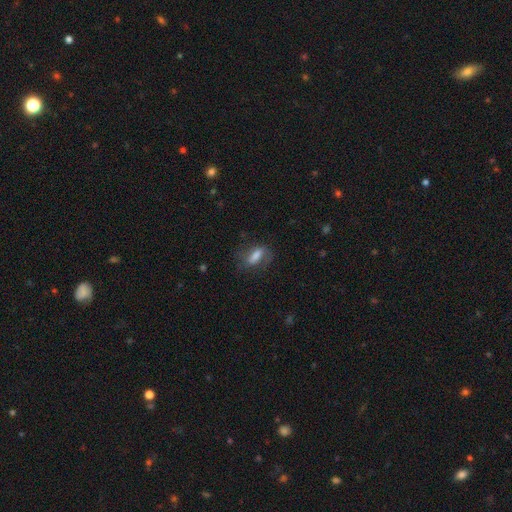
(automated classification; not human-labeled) This appears to be a smooth galaxy with no disk features (62%) that is in between round and cigar-shaped (63%). Merging: none (61%).